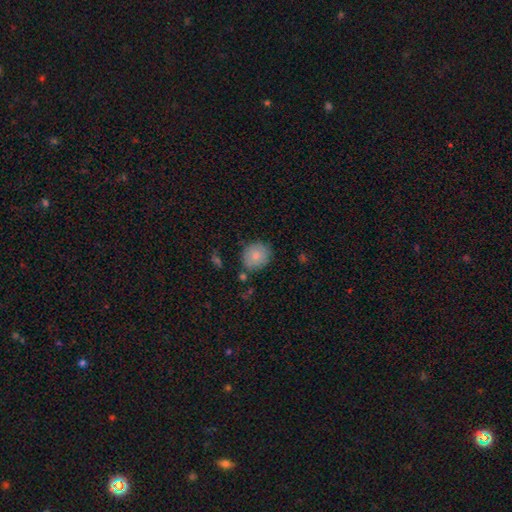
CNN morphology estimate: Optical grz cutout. It shows a smooth galaxy with no disk features (82%) that is round (78%). Merging: none (76%).